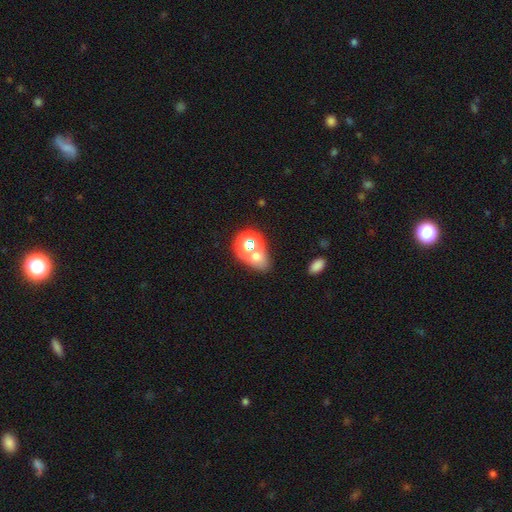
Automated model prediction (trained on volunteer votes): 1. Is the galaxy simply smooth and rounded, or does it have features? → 51% smooth, 33% star or artifact, 16% featured or disk.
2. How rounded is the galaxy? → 59% in between, 39% round, 2% cigar-shaped.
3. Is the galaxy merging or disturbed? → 48% none, 33% merger, 11% minor disturbance, 8% major disturbance.